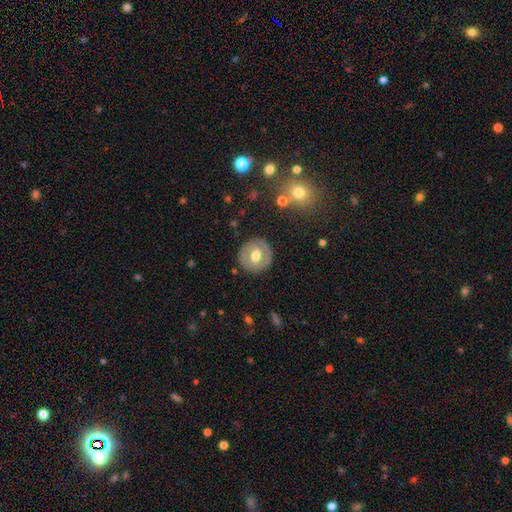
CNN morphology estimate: A featured or disk galaxy (55%) with a weak bar (43%), no spiral arms (59%) and a moderate central bulge (74%).

Vote fractions:
- Smooth or featured? featured or disk: 55% / smooth: 39% / star or artifact: 6%
- Edge-on disk? no: 95% / yes: 5%
- Bar? weak: 43% / no: 39% / strong: 18%
- Spiral arms? no: 59% / yes: 41%
- Bulge size? moderate: 74% / large: 17% / small: 7% / none: 1% / dominant: 1%
- Merging? none: 85% / minor disturbance: 10% / major disturbance: 4% / merger: 2%